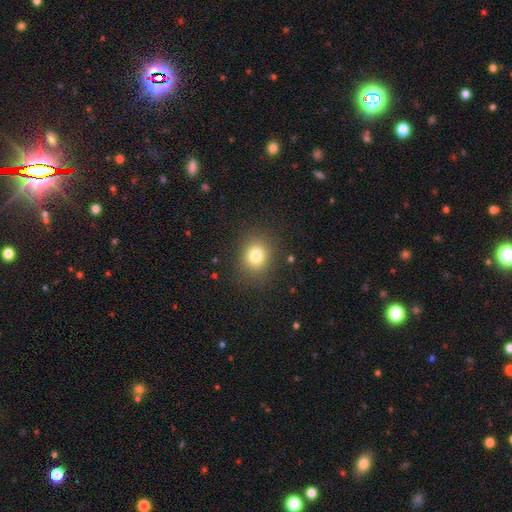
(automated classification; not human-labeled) Smooth or featured? Predicted: smooth (p=0.79). How rounded? Predicted: round (p=0.70). Merging? Predicted: none (p=0.86).